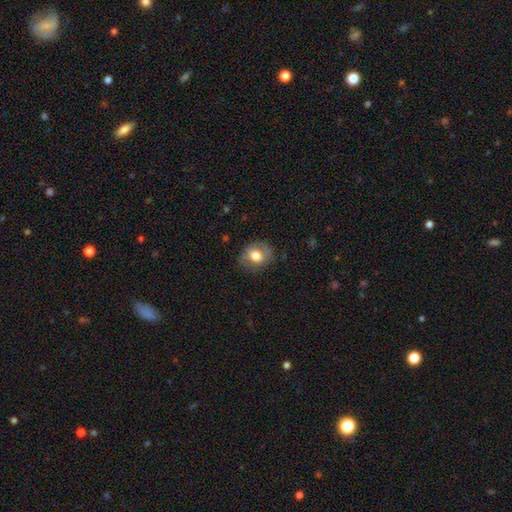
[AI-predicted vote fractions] Smooth or featured? Predicted: smooth (p=0.67). How rounded? Predicted: round (p=0.54). Merging? Predicted: none (p=0.73).